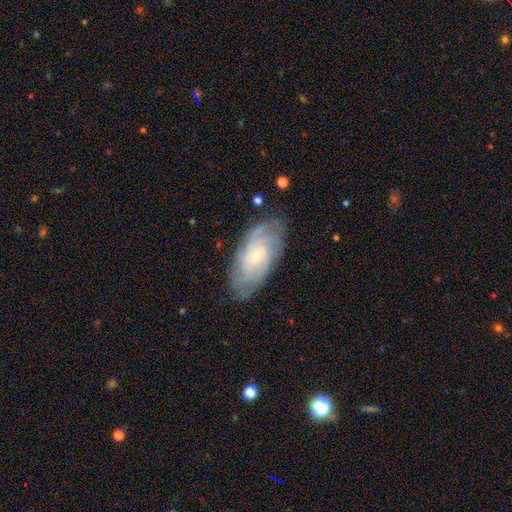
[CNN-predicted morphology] A featured or disk galaxy (73%) with no bar (63%), tight (62%) spiral arms (92%) and a small central bulge (75%). Merging: none (76%).